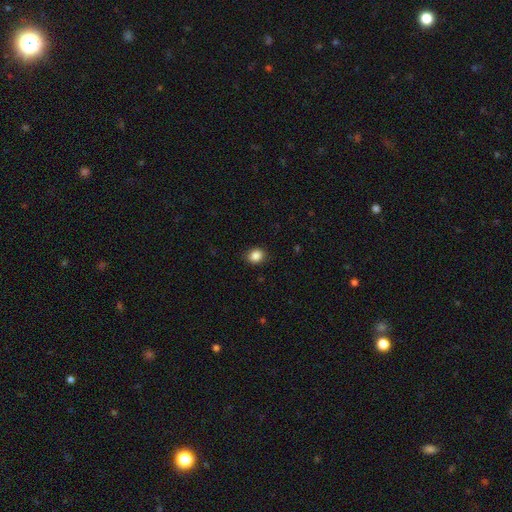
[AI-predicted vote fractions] smooth_or_featured: smooth (p=0.86) [alt: star or artifact p=0.10]
how_rounded: round (p=0.67) [alt: in between p=0.33]
merging: none (p=0.88) [alt: minor disturbance p=0.09]